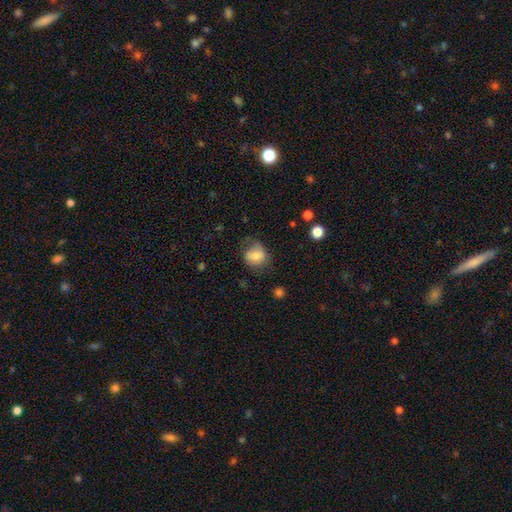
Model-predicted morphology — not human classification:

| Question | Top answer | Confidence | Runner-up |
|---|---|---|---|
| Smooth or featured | smooth | 74% | featured or disk (17%) |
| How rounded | round | 61% | in between (39%) |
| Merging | none | 53% | minor disturbance (29%) |